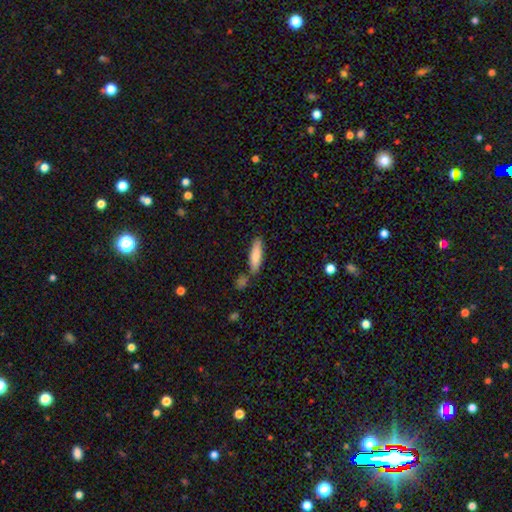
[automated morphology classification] A smooth galaxy with no disk features (82%) that is cigar-shaped (66%).

Vote fractions:
- Smooth or featured? smooth: 82% / featured or disk: 12% / star or artifact: 6%
- How rounded? cigar-shaped: 66% / in between: 32% / round: 2%
- Merging? none: 73% / minor disturbance: 13% / merger: 10% / major disturbance: 3%